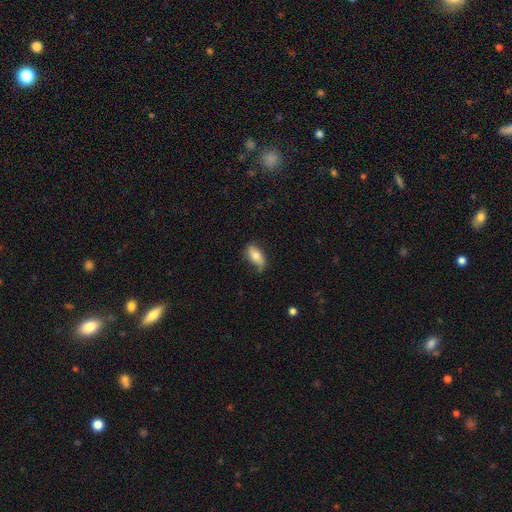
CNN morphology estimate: A smooth galaxy with no disk features (71%) that is in between round and cigar-shaped (88%).

Vote fractions:
- Smooth or featured? smooth: 71% / featured or disk: 22% / star or artifact: 7%
- How rounded? in between: 88% / cigar-shaped: 9% / round: 4%
- Merging? none: 61% / minor disturbance: 30% / major disturbance: 7% / merger: 2%